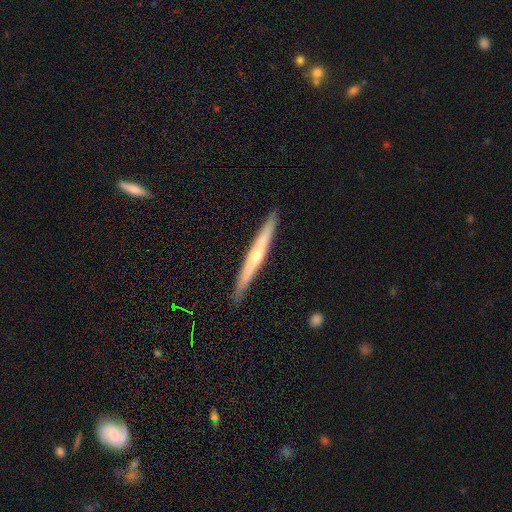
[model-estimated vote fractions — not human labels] smooth-or-featured: featured or disk: 59% | smooth: 36% | star or artifact: 5%
  disk-edge-on: yes: 97% | no: 3%
    edge-on-bulge: rounded: 62% | none: 34% | boxy: 4%
  merging: none: 91% | minor disturbance: 7% | major disturbance: 1% | merger: 1%